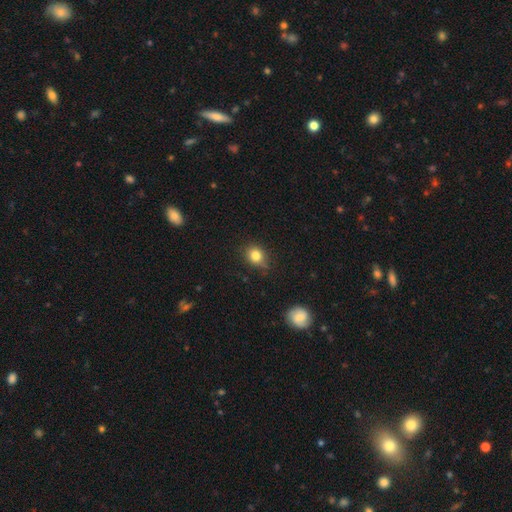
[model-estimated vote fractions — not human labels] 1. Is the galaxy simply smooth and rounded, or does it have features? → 81% smooth, 11% star or artifact, 7% featured or disk.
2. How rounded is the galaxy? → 65% round, 34% in between, 1% cigar-shaped.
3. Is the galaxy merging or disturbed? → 73% none, 22% minor disturbance, 4% major disturbance, 2% merger.